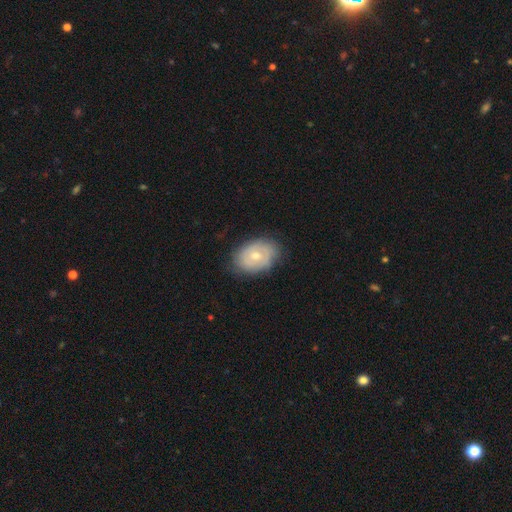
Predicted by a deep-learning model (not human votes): Q: Smooth or featured?
A: featured or disk (49%); runner-up: smooth (44%)
Q: Merging?
A: none (76%); runner-up: minor disturbance (18%)